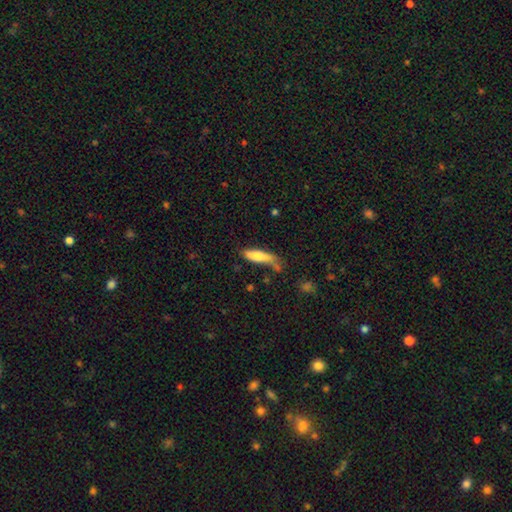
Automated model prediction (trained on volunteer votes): A smooth galaxy with no disk features (68%) that is cigar-shaped (65%).

Vote fractions:
- Smooth or featured? smooth: 68% / featured or disk: 25% / star or artifact: 7%
- How rounded? cigar-shaped: 65% / in between: 33% / round: 2%
- Merging? none: 53% / minor disturbance: 28% / major disturbance: 10% / merger: 10%